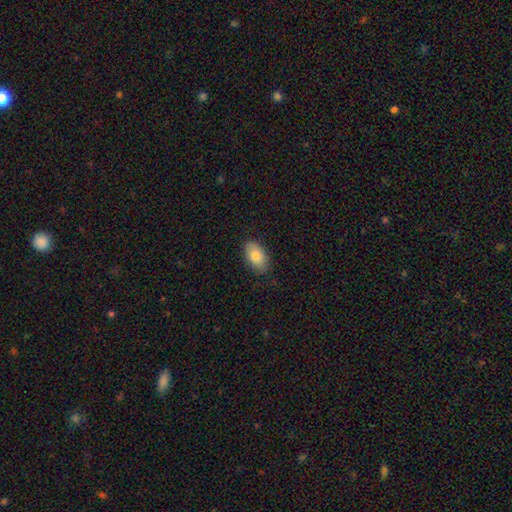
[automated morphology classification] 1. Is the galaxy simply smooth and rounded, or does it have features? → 82% smooth, 12% featured or disk, 6% star or artifact.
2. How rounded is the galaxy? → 93% in between, 5% round, 2% cigar-shaped.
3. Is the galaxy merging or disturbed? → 86% none, 11% minor disturbance, 2% major disturbance, 1% merger.